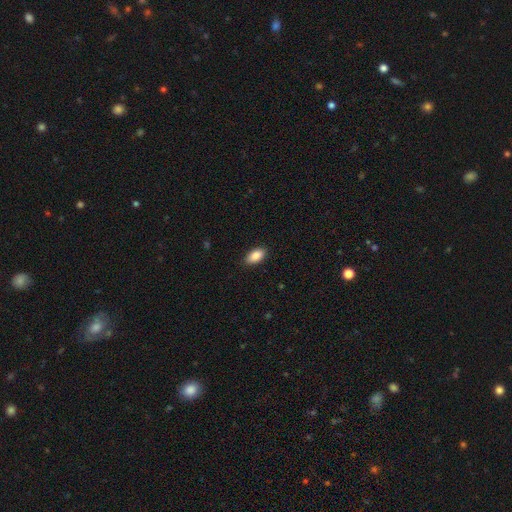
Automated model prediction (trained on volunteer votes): This appears to be a smooth galaxy with no disk features (89%) that is in between round and cigar-shaped (94%). Merging: none (88%).